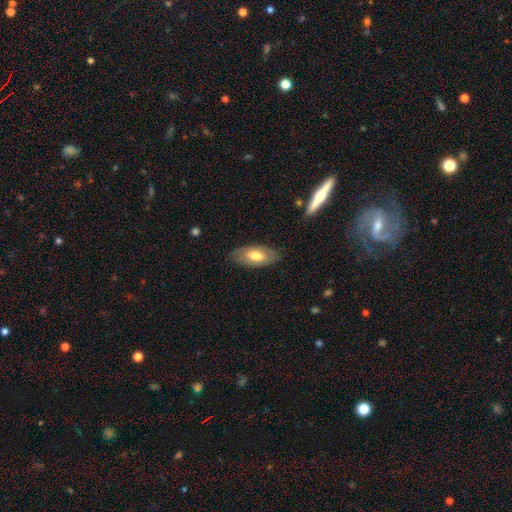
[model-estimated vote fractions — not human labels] Morphology: type=smooth (63%); roundness=in between (91%); merging=none (82%).